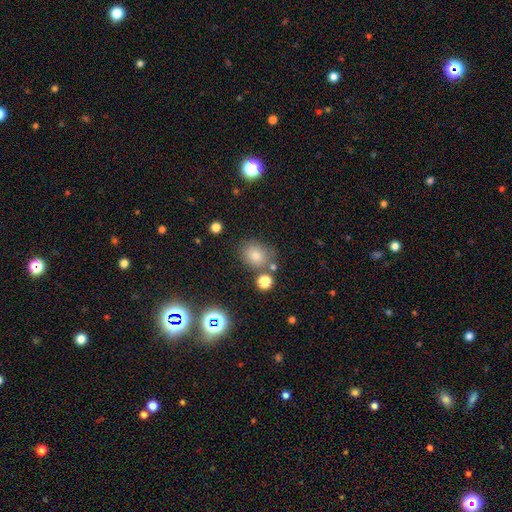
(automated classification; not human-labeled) smooth-or-featured: smooth: 78% | star or artifact: 14% | featured or disk: 8%
  how-rounded: in between: 54% | round: 45% | cigar-shaped: 1%
  merging: none: 70% | minor disturbance: 14% | merger: 11% | major disturbance: 5%